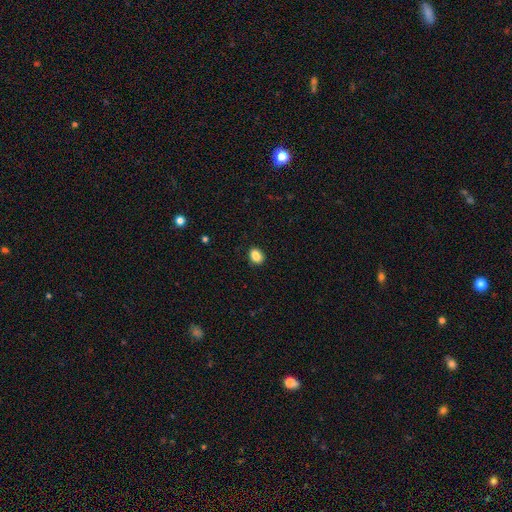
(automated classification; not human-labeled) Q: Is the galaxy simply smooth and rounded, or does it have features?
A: smooth — 87%.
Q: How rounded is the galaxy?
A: in between — 62%.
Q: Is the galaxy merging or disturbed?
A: none — 89%.